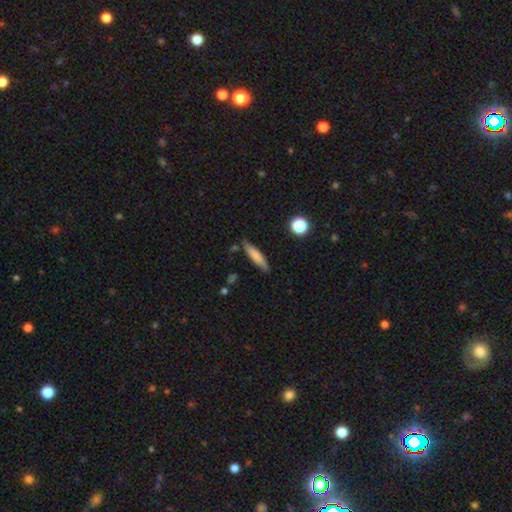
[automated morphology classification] smooth-or-featured: smooth: 73% | featured or disk: 19% | star or artifact: 7%
  how-rounded: cigar-shaped: 82% | in between: 16% | round: 2%
  merging: none: 82% | minor disturbance: 13% | merger: 3% | major disturbance: 2%